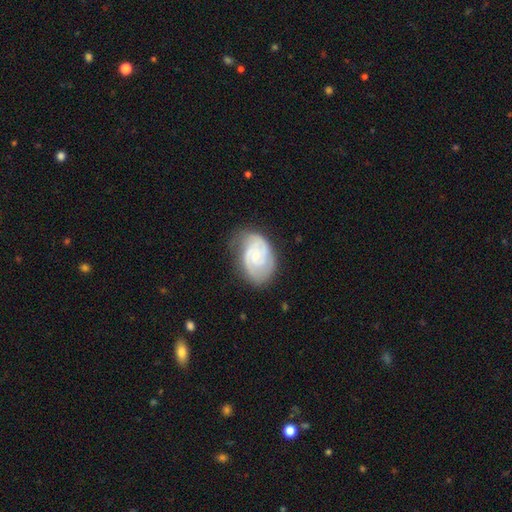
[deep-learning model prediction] smooth_or_featured: featured or disk (p=0.81) [alt: smooth p=0.14]
disk_edge_on: no (p=0.97) [alt: yes p=0.03]
bar: no (p=0.62) [alt: weak p=0.33]
has_spiral_arms: yes (p=0.95) [alt: no p=0.05]
spiral_winding: tight (p=0.57) [alt: medium p=0.36]
spiral_arm_count: 2 (p=0.61) [alt: can't tell p=0.16]
bulge_size: small (p=0.67) [alt: moderate p=0.28]
merging: none (p=0.66) [alt: minor disturbance p=0.24]